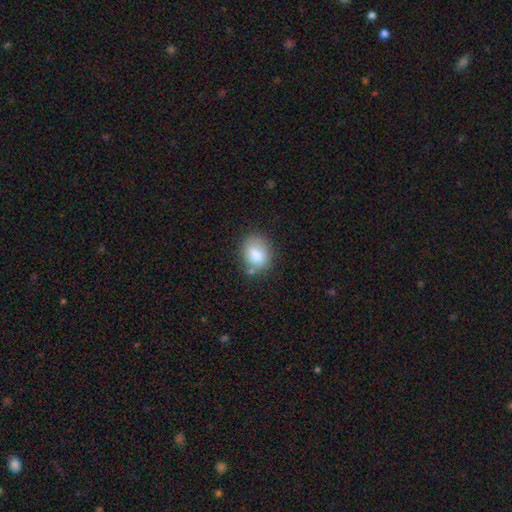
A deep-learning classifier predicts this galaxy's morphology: A smooth galaxy with no disk features (82%) that is in between round and cigar-shaped (59%). Merging: none (65%).